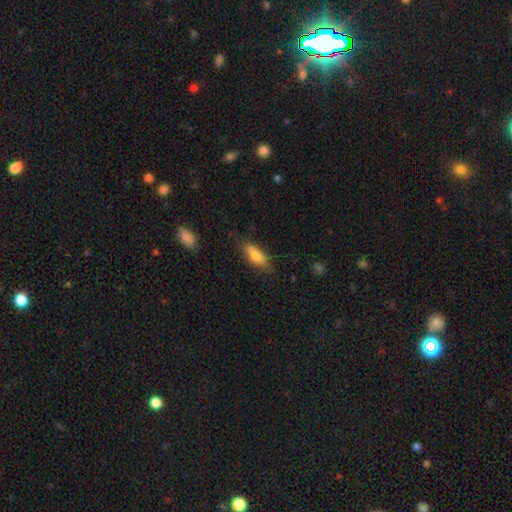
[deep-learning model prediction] smooth 76%, featured or disk 17%, star or artifact 7%. Down the decision tree: how rounded — in between (60%); merging — none (71%).